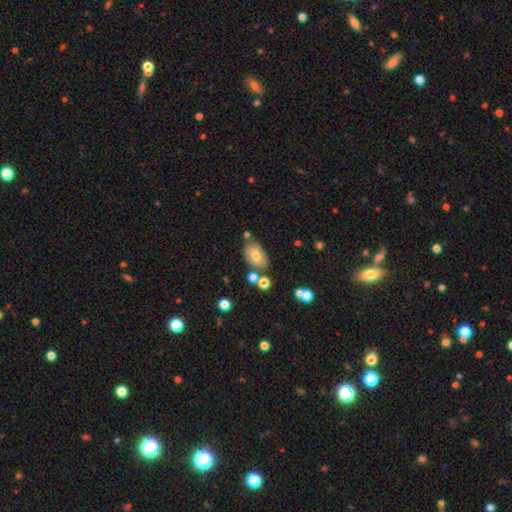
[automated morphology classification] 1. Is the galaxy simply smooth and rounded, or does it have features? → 72% smooth, 19% featured or disk, 9% star or artifact.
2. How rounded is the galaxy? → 89% in between, 10% round, 2% cigar-shaped.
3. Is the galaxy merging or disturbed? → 68% none, 17% minor disturbance, 11% merger, 4% major disturbance.